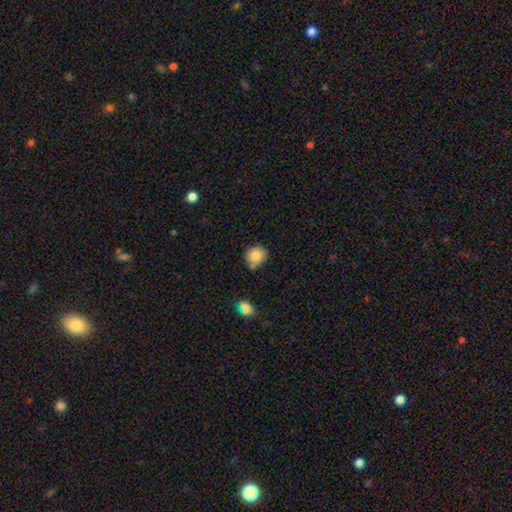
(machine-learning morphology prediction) smooth_or_featured: smooth (p=0.83) [alt: star or artifact p=0.09]
how_rounded: round (p=0.79) [alt: in between p=0.20]
merging: none (p=0.71) [alt: minor disturbance p=0.17]